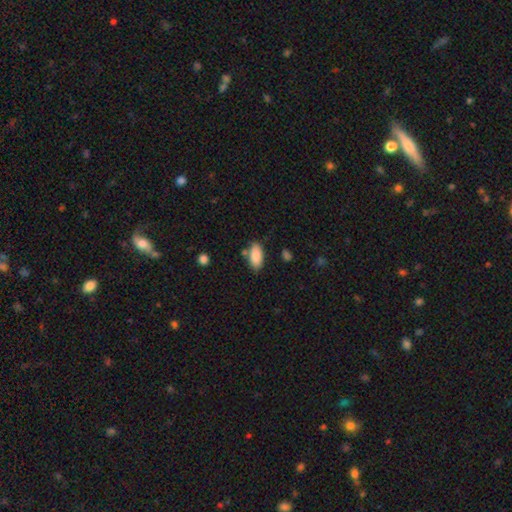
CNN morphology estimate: smooth_or_featured: smooth (p=0.88) [alt: star or artifact p=0.07]
how_rounded: in between (p=0.90) [alt: cigar-shaped p=0.08]
merging: none (p=0.75) [alt: minor disturbance p=0.14]